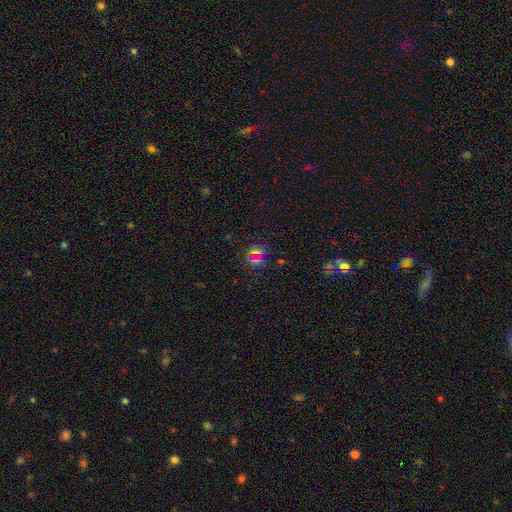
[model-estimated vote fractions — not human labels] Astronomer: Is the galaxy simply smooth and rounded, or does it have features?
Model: smooth — 50% (runner-up: star or artifact, 40%).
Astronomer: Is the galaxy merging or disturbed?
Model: none — 79%.